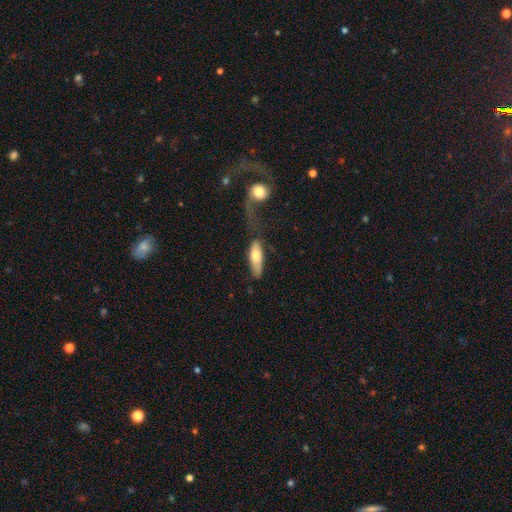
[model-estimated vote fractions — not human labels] smooth-or-featured: smooth: 71% | featured or disk: 24% | star or artifact: 5%
  how-rounded: in between: 71% | cigar-shaped: 26% | round: 3%
  merging: none: 41% | merger: 20% | minor disturbance: 19% | major disturbance: 19%